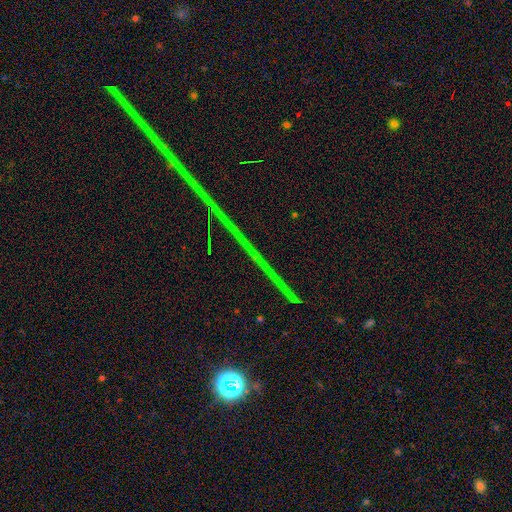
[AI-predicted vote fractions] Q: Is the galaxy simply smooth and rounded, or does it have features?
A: star or artifact — 84%.